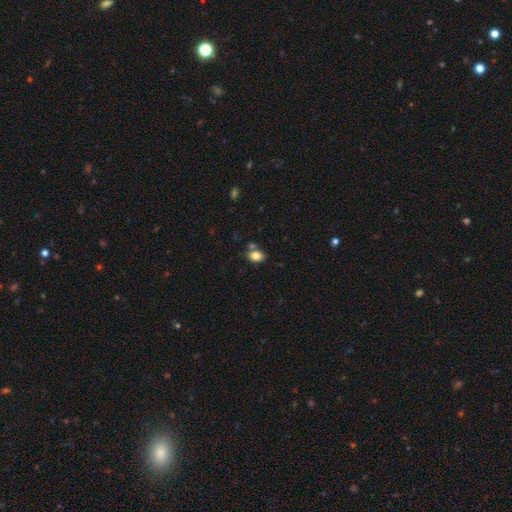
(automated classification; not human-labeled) Smooth or featured? Predicted: smooth (p=0.83). How rounded? Predicted: in between (p=0.70). Merging? Predicted: none (p=0.67).